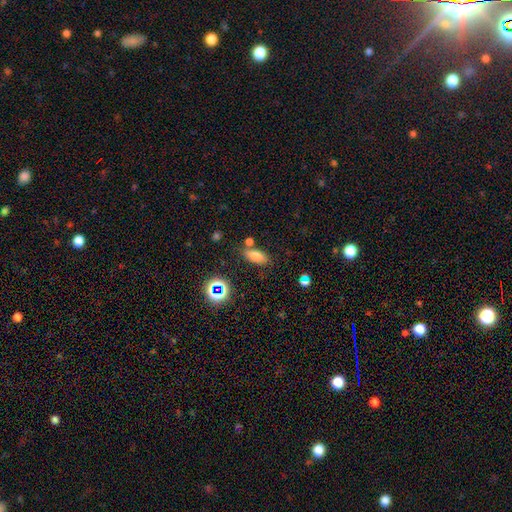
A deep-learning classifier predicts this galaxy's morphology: Smooth or featured?
  - smooth: 73% *
  - star or artifact: 15%
  - featured or disk: 12%
How rounded?
  - in between: 75% *
  - cigar-shaped: 20%
  - round: 6%
Merging?
  - none: 74% *
  - minor disturbance: 13%
  - merger: 10%
  - major disturbance: 4%